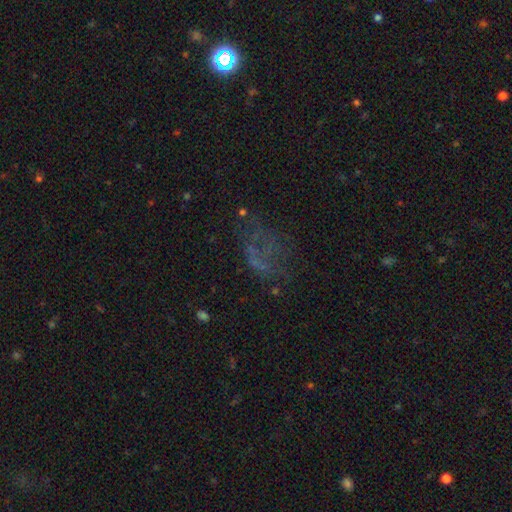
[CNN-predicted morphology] smooth-or-featured: featured or disk: 39% | star or artifact: 32% | smooth: 30%
  merging: none: 44% | major disturbance: 35% | minor disturbance: 16% | merger: 6%